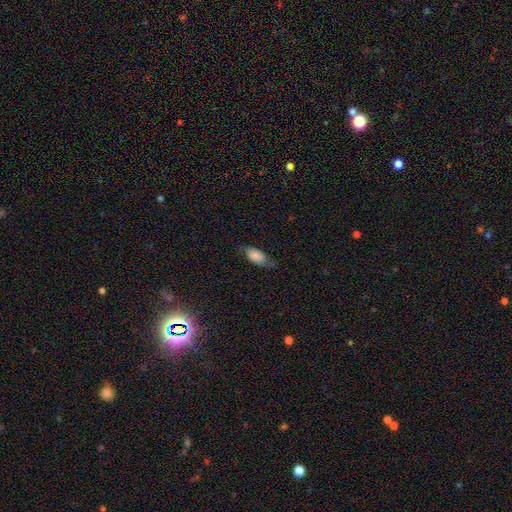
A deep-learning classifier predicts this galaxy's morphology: A smooth galaxy with no disk features (79%) that is in between round and cigar-shaped (91%).

Vote fractions:
- Smooth or featured? smooth: 79% / featured or disk: 14% / star or artifact: 7%
- How rounded? in between: 91% / cigar-shaped: 7% / round: 3%
- Merging? none: 61% / minor disturbance: 29% / major disturbance: 8% / merger: 2%